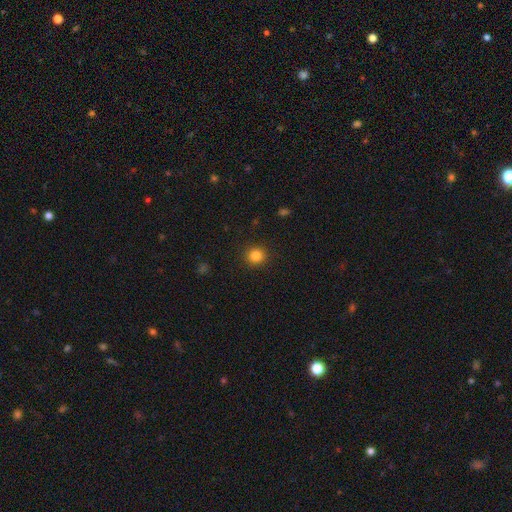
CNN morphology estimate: smooth 84%, star or artifact 12%, featured or disk 5%. Down the decision tree: how rounded — round (91%); merging — none (91%).